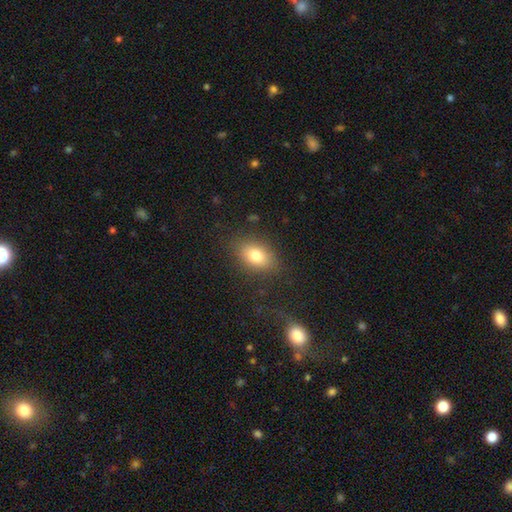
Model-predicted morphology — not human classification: Smooth or featured: smooth — 79% (featured or disk — 11%)
How rounded: in between — 79% (round — 19%)
Merging: none — 82% (minor disturbance — 12%)